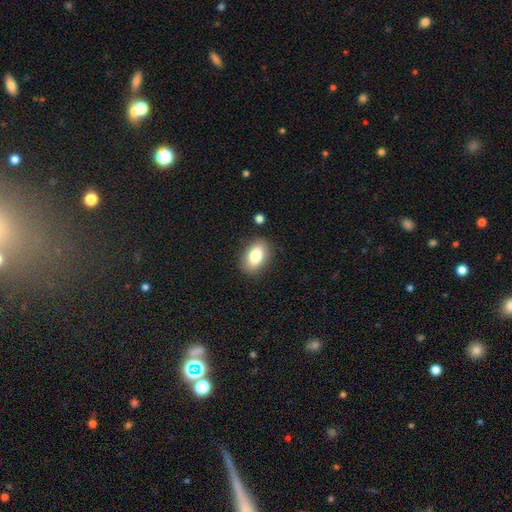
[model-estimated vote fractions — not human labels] smooth_or_featured: smooth (p=0.80) [alt: featured or disk p=0.12]
how_rounded: in between (p=0.87) [alt: round p=0.11]
merging: none (p=0.85) [alt: minor disturbance p=0.11]